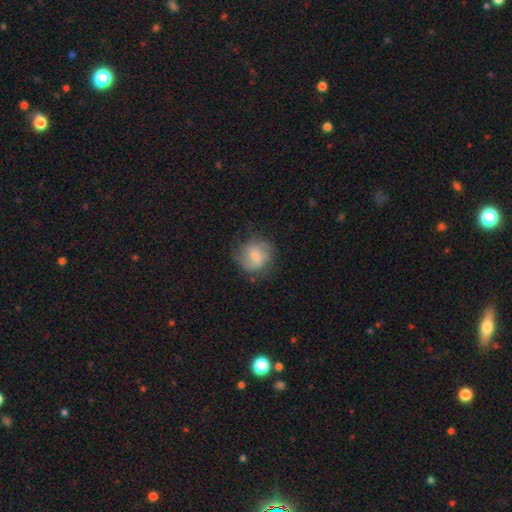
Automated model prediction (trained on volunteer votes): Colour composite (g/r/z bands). It shows a featured or disk galaxy (56%) with a weak bar (54%), spiral arms (89%) and a small central bulge (52%). Merging: none (70%).